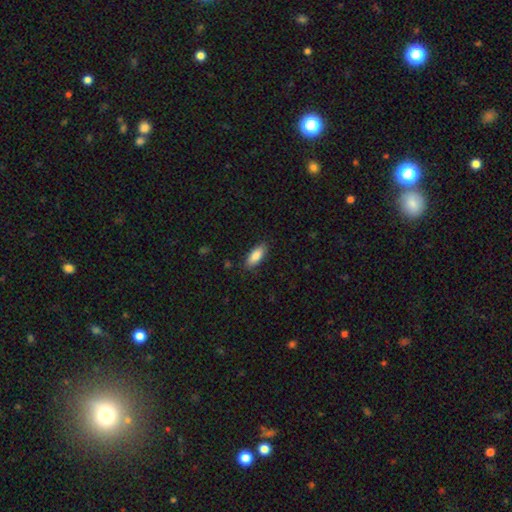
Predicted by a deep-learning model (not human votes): smooth-or-featured: smooth: 86% | featured or disk: 7% | star or artifact: 6%
  how-rounded: in between: 81% | cigar-shaped: 17% | round: 2%
  merging: none: 86% | minor disturbance: 11% | major disturbance: 2% | merger: 1%